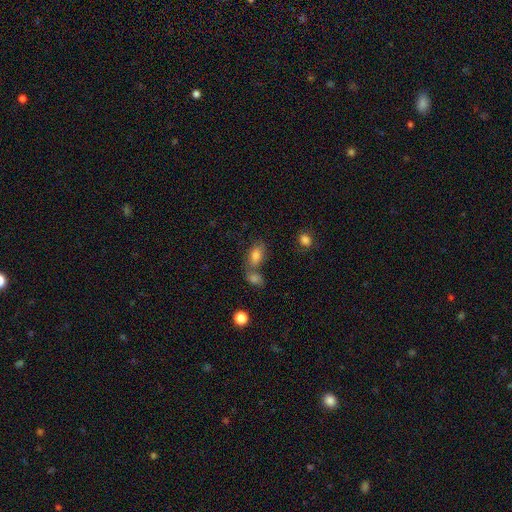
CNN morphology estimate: Smooth or featured?
  - smooth: 77% *
  - featured or disk: 13%
  - star or artifact: 10%
How rounded?
  - in between: 88% *
  - round: 9%
  - cigar-shaped: 3%
Merging?
  - none: 45% *
  - merger: 39%
  - minor disturbance: 12%
  - major disturbance: 5%